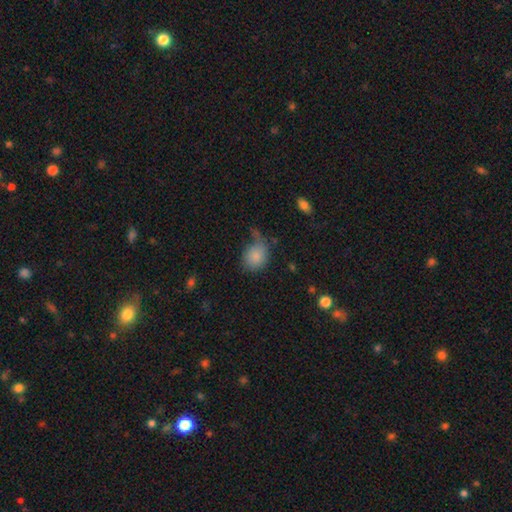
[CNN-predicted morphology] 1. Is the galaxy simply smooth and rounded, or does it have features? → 83% smooth, 9% featured or disk, 9% star or artifact.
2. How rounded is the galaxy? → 58% round, 41% in between, 1% cigar-shaped.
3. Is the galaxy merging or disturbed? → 45% none, 26% minor disturbance, 21% major disturbance, 8% merger.